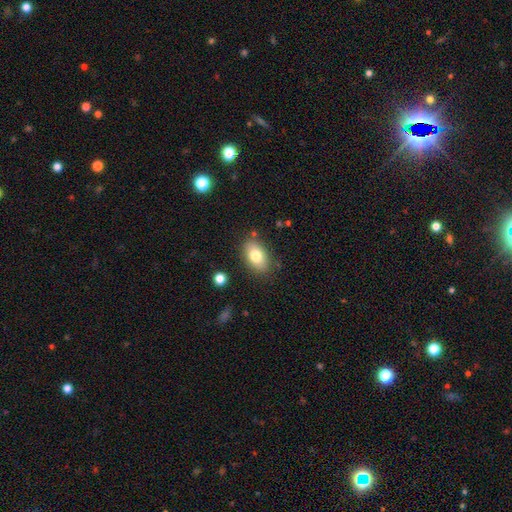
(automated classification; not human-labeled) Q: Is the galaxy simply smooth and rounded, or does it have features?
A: smooth — 78%.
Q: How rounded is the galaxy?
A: in between — 89%.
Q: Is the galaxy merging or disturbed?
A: none — 82%.